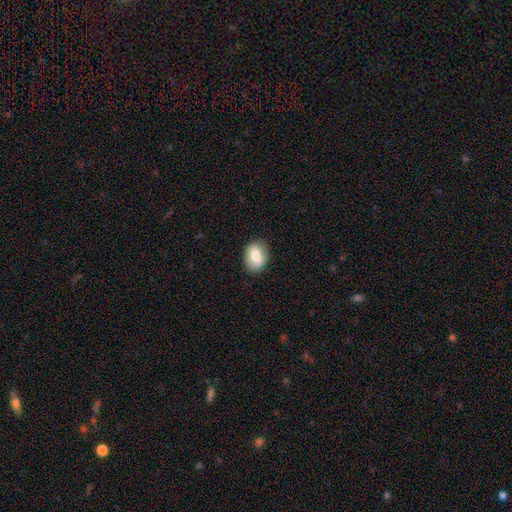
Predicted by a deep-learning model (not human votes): The model was most divided on "smooth or featured": smooth: 66%, featured or disk: 26%, star or artifact: 7%. More confident: merging — none (84%); how rounded — in between (71%).